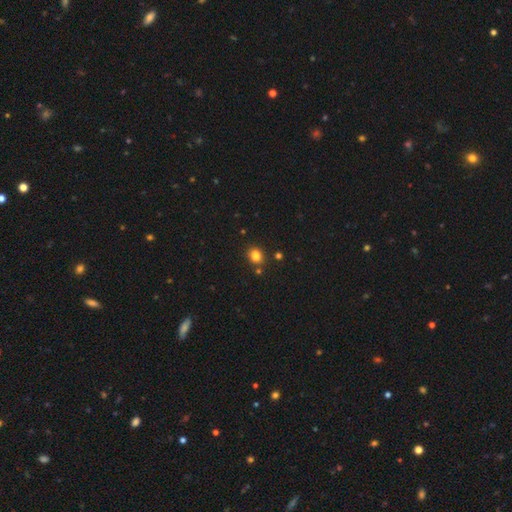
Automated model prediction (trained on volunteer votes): Smooth or featured? smooth (82%)
How rounded? round (63%)
Merging? none (81%)